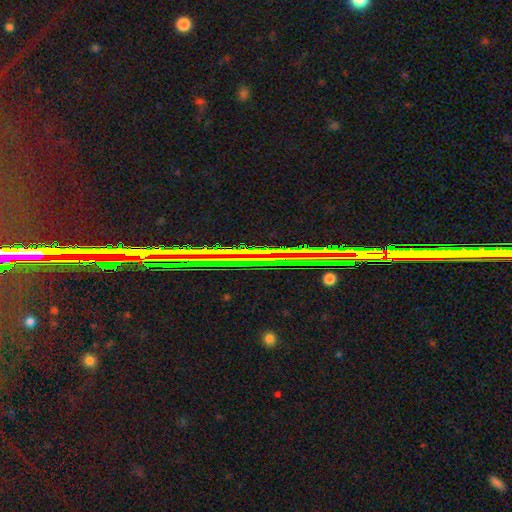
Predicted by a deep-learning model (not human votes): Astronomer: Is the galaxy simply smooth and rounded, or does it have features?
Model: star or artifact — 79%.